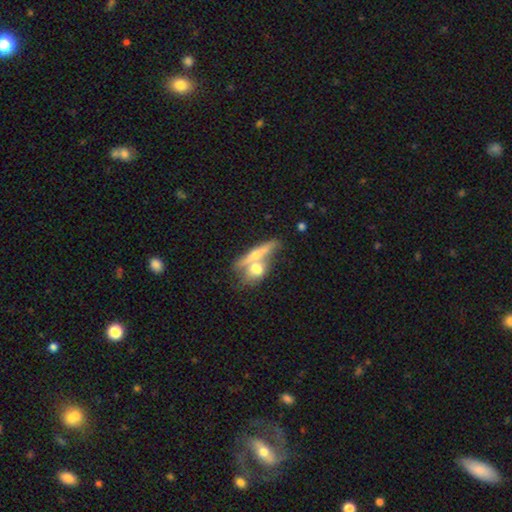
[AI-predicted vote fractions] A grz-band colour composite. It shows a smooth galaxy with no disk features (47%). Merging: merger (52%).